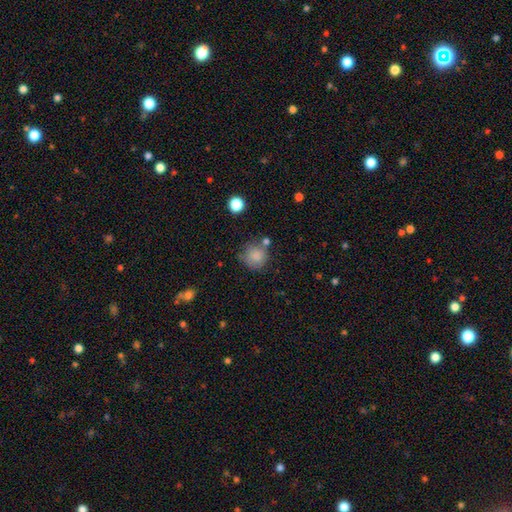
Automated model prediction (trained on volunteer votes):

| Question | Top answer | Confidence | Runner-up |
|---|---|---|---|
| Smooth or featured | smooth | 83% | star or artifact (10%) |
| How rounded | round | 89% | in between (10%) |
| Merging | none | 64% | minor disturbance (19%) |